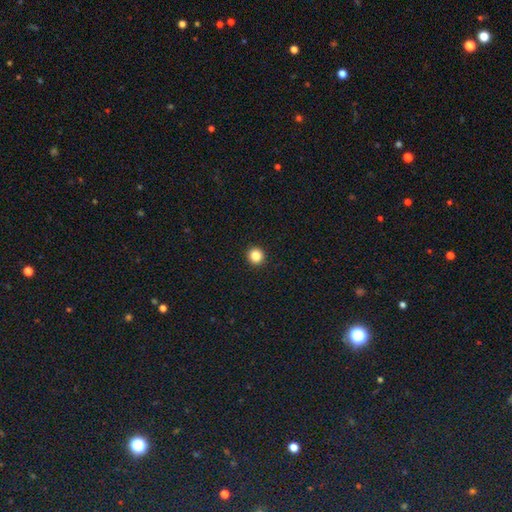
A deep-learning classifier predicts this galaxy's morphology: A smooth galaxy with no disk features (84%) that is round (95%). Merging: none (94%).